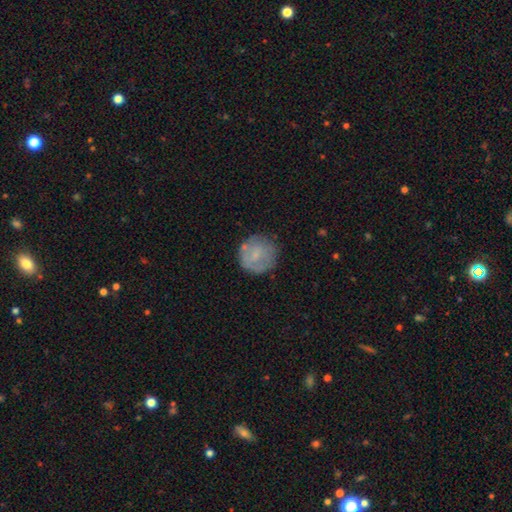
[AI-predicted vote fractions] Smooth or featured? Predicted: smooth (p=0.64). How rounded? Predicted: round (p=0.91). Merging? Predicted: none (p=0.73).